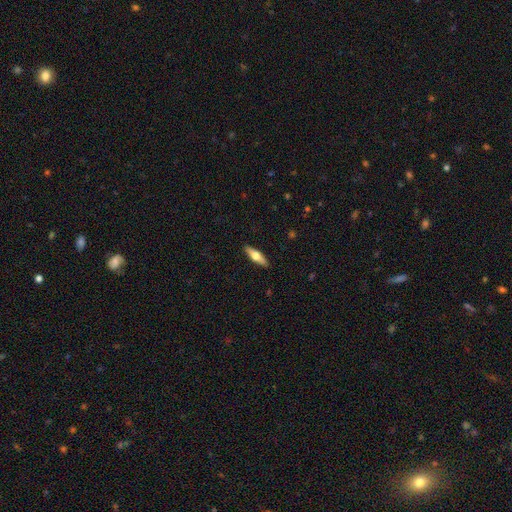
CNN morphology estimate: A smooth galaxy with no disk features (48%).

Vote fractions:
- Smooth or featured? smooth: 48% / featured or disk: 46% / star or artifact: 6%
- Merging? none: 90% / minor disturbance: 7% / major disturbance: 2% / merger: 1%